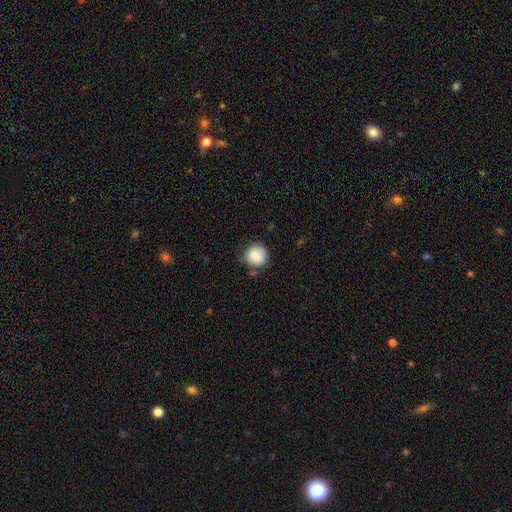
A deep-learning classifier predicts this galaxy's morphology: This is clearly a smooth galaxy (86%). How rounded: clearly round (91%). Merging: likely none (76%).